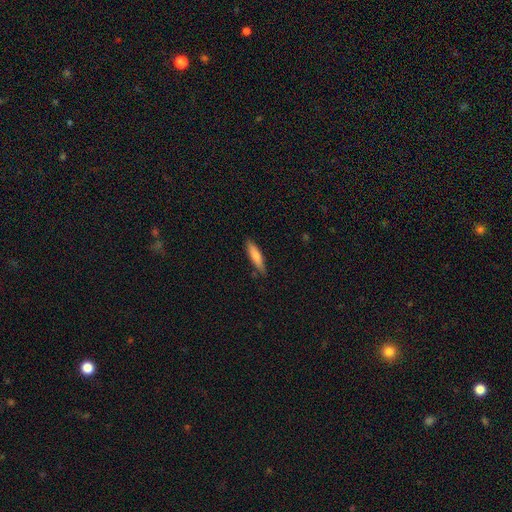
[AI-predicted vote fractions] A smooth galaxy with no disk features (80%) that is cigar-shaped (78%).

Vote fractions:
- Smooth or featured? smooth: 80% / featured or disk: 15% / star or artifact: 6%
- How rounded? cigar-shaped: 78% / in between: 21% / round: 1%
- Merging? none: 84% / minor disturbance: 12% / major disturbance: 2% / merger: 1%